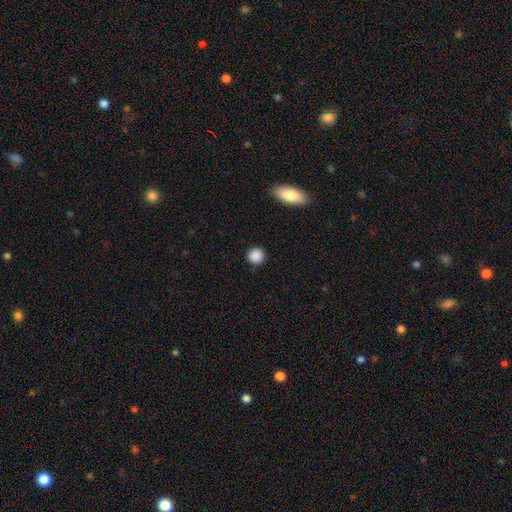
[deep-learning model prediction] smooth-or-featured: smooth: 88% | star or artifact: 9% | featured or disk: 3%
  how-rounded: round: 92% | in between: 7% | cigar-shaped: 1%
  merging: none: 90% | minor disturbance: 6% | major disturbance: 2% | merger: 1%